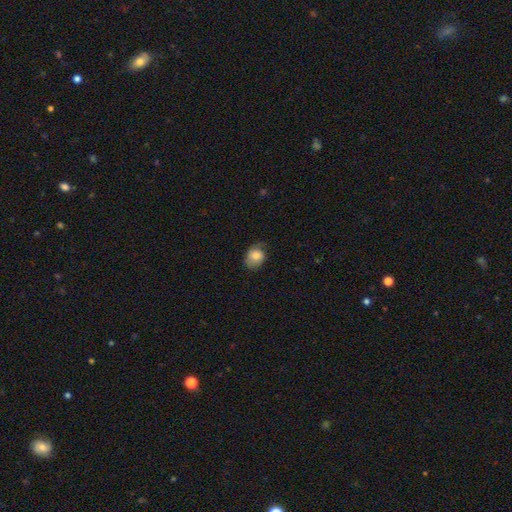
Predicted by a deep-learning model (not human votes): This appears to be a smooth galaxy with no disk features (77%) that is in between round and cigar-shaped (58%). Merging: none (54%).